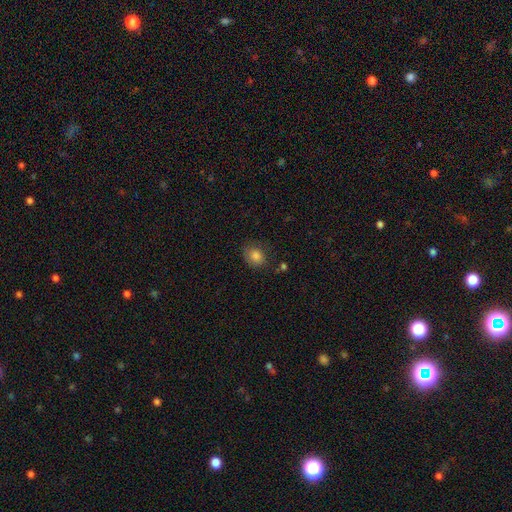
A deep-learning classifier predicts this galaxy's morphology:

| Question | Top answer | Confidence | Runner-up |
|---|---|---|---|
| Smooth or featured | smooth | 82% | star or artifact (10%) |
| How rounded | round | 63% | in between (36%) |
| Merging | none | 68% | minor disturbance (22%) |